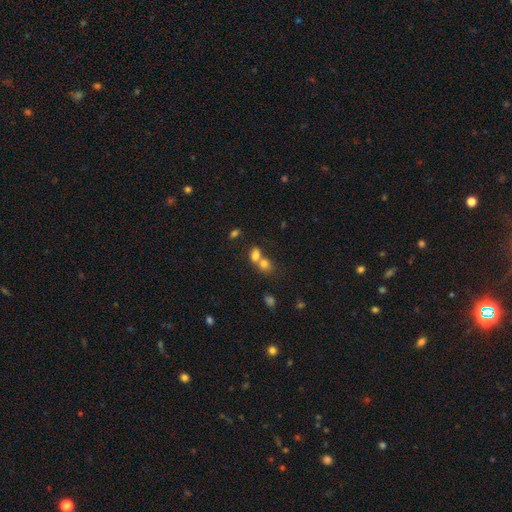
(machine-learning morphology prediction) The model was most divided on "merging": merger: 57%, none: 31%, minor disturbance: 8%, major disturbance: 4%. More confident: smooth or featured — smooth (76%); how rounded — in between (67%).